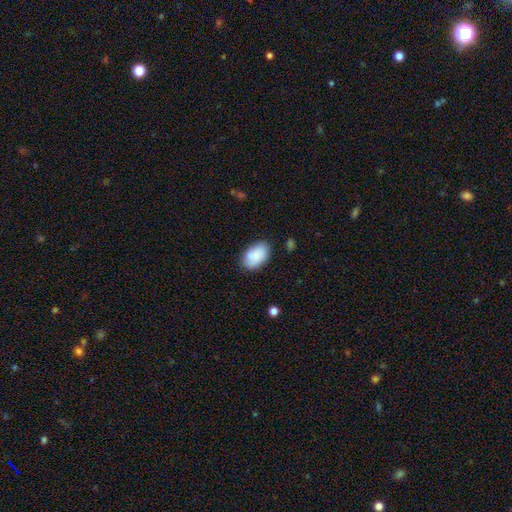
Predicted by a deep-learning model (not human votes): A smooth galaxy with no disk features (86%) that is in between round and cigar-shaped (93%).

Vote fractions:
- Smooth or featured? smooth: 86% / featured or disk: 8% / star or artifact: 6%
- How rounded? in between: 93% / round: 6% / cigar-shaped: 1%
- Merging? none: 80% / minor disturbance: 15% / major disturbance: 3% / merger: 2%